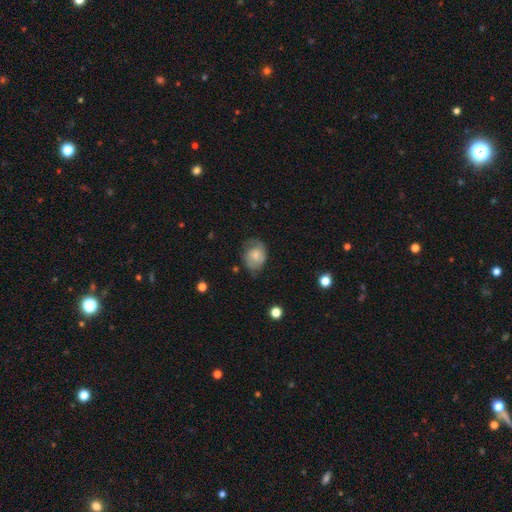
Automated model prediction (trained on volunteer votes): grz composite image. It shows a smooth galaxy with no disk features (51%) that is in between round and cigar-shaped (52%). Merging: none (56%).